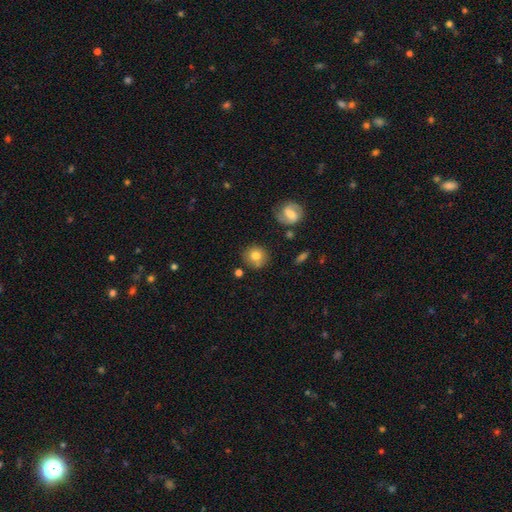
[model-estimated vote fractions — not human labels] This is likely a smooth galaxy (75%). How rounded: clearly round (88%). Merging: likely none (78%).